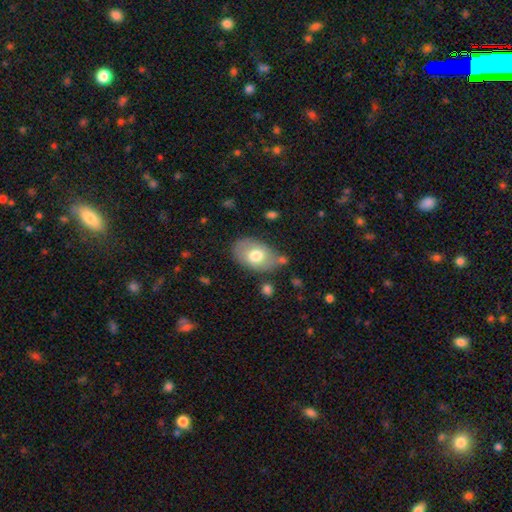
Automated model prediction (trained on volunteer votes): smooth-or-featured: smooth: 69% | featured or disk: 24% | star or artifact: 7%
  how-rounded: in between: 85% | round: 14% | cigar-shaped: 1%
  merging: none: 65% | minor disturbance: 21% | merger: 7% | major disturbance: 6%